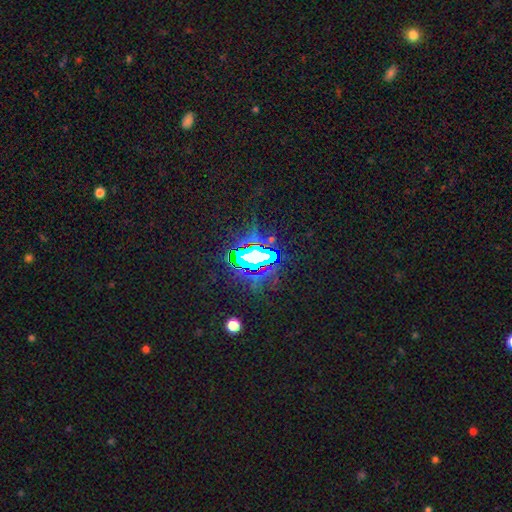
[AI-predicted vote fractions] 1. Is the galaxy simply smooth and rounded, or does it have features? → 70% star or artifact, 16% smooth, 15% featured or disk.